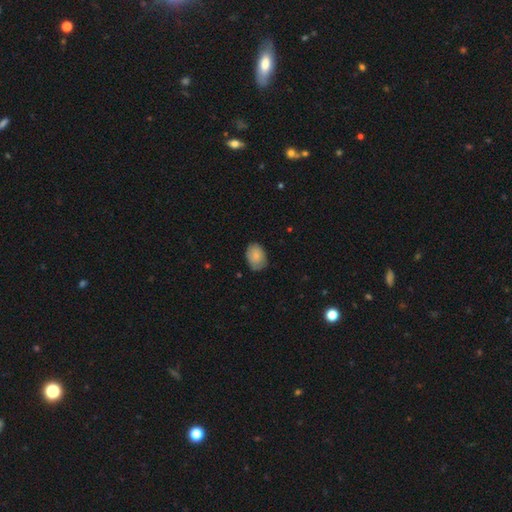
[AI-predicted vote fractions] smooth_or_featured: smooth (p=0.84) [alt: featured or disk p=0.09]
how_rounded: in between (p=0.79) [alt: round p=0.20]
merging: none (p=0.76) [alt: minor disturbance p=0.20]